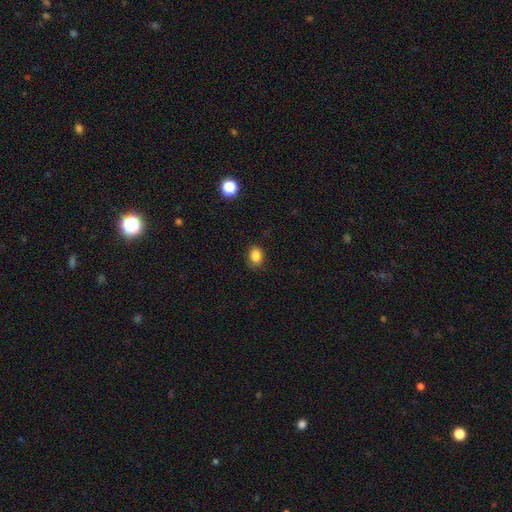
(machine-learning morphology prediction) A smooth galaxy with no disk features (85%) that is in between round and cigar-shaped (58%). Merging: none (85%).